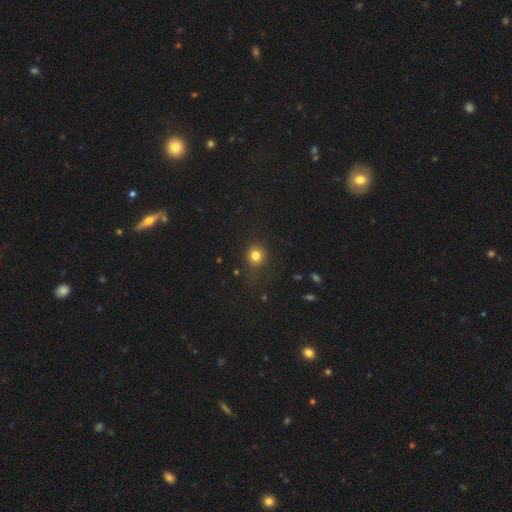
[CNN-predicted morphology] This appears to be a smooth galaxy with no disk features (81%) that is round (88%). Merging: none (82%).